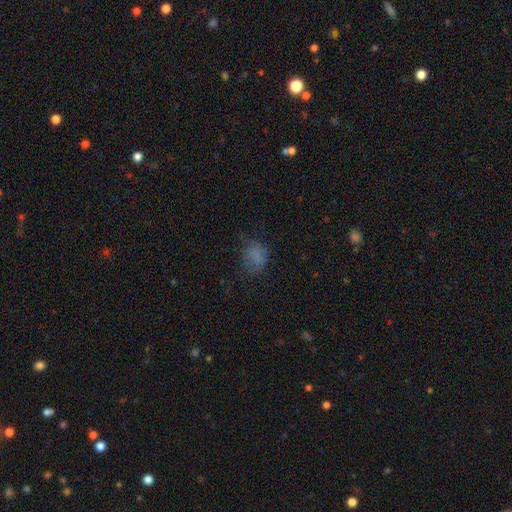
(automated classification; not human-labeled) smooth_or_featured: smooth (p=0.71) [alt: star or artifact p=0.16]
how_rounded: round (p=0.49) [tied with: in between p=0.49]
merging: none (p=0.59) [alt: minor disturbance p=0.23]